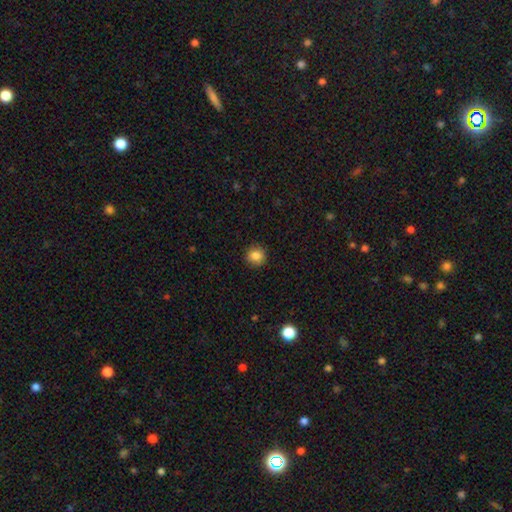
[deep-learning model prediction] smooth-or-featured: smooth: 86% | star or artifact: 10% | featured or disk: 4%
  how-rounded: round: 90% | in between: 9% | cigar-shaped: 1%
  merging: none: 90% | minor disturbance: 7% | major disturbance: 2% | merger: 1%